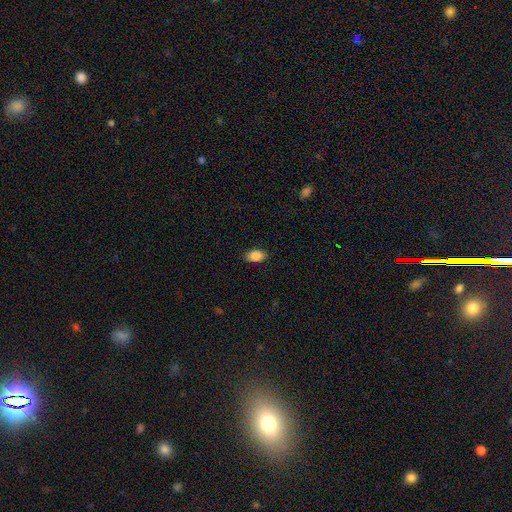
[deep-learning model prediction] A smooth galaxy with no disk features (87%) that is in between round and cigar-shaped (90%).

Vote fractions:
- Smooth or featured? smooth: 87% / star or artifact: 8% / featured or disk: 5%
- How rounded? in between: 90% / round: 8% / cigar-shaped: 2%
- Merging? none: 86% / minor disturbance: 10% / major disturbance: 2% / merger: 1%